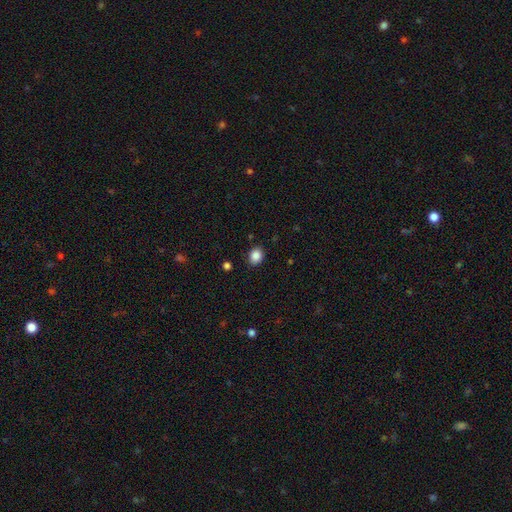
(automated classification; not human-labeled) smooth 86%, star or artifact 10%, featured or disk 4%. Down the decision tree: how rounded — round (54%); merging — none (87%).